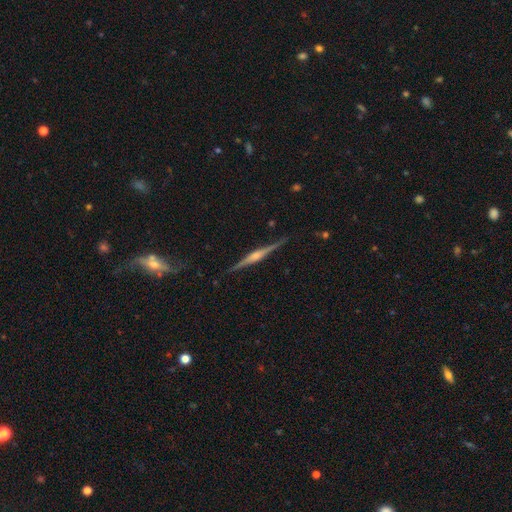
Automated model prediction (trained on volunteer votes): Q: Smooth or featured?
A: featured or disk (85%); runner-up: smooth (10%)
Q: Edge-on disk?
A: yes (98%); runner-up: no (2%)
Q: Edge-on bulge?
A: rounded (78%); runner-up: boxy (16%)
Q: Merging?
A: none (89%); runner-up: minor disturbance (8%)